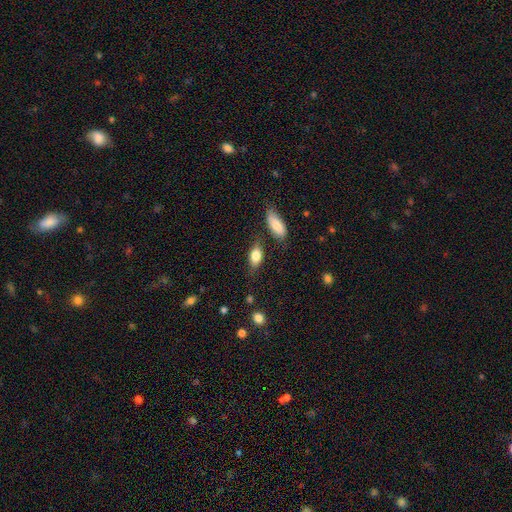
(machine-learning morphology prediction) A smooth galaxy with no disk features (80%) that is in between round and cigar-shaped (84%). Merging: none (71%).